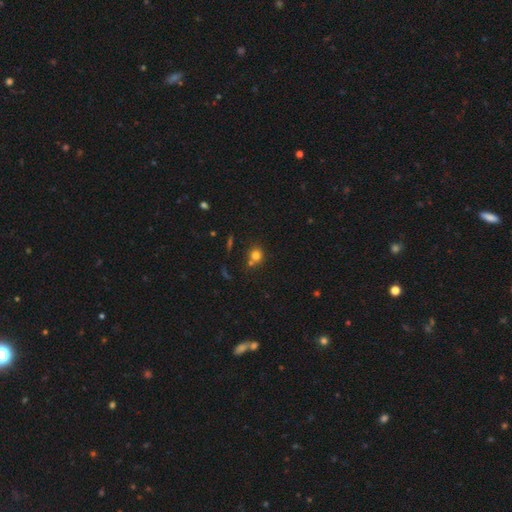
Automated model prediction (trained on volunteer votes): Smooth or featured? smooth (77%)
How rounded? round (82%)
Merging? none (57%)